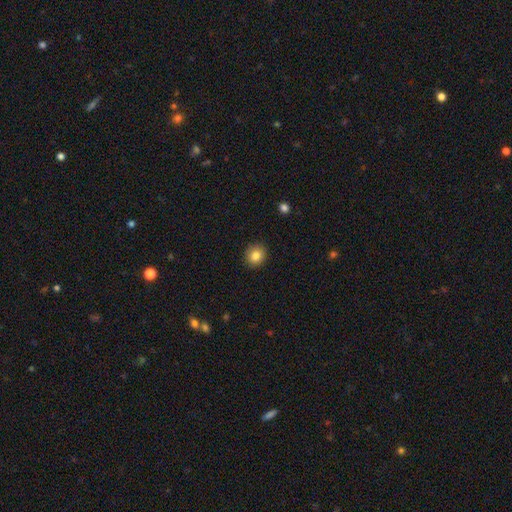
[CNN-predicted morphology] Smooth or featured? smooth (83%)
How rounded? round (79%)
Merging? none (90%)